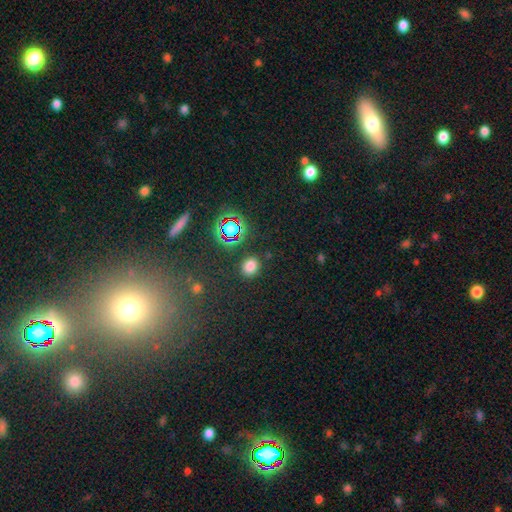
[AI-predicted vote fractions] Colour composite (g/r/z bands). It shows a star or artifact, not a galaxy (53%).